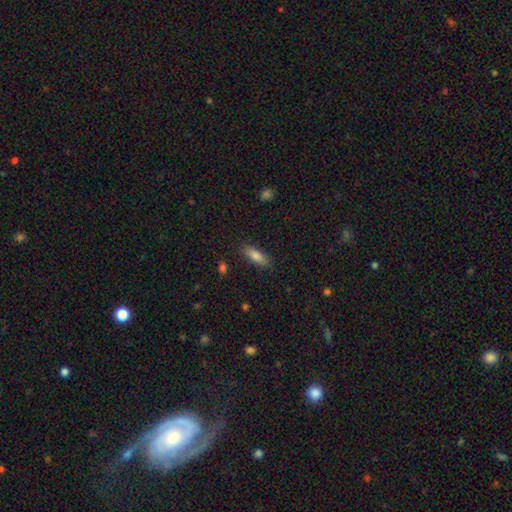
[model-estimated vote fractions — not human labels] Overall: smooth (80%). How rounded: in between (55%; cigar-shaped 42%). Merging: none (87%).